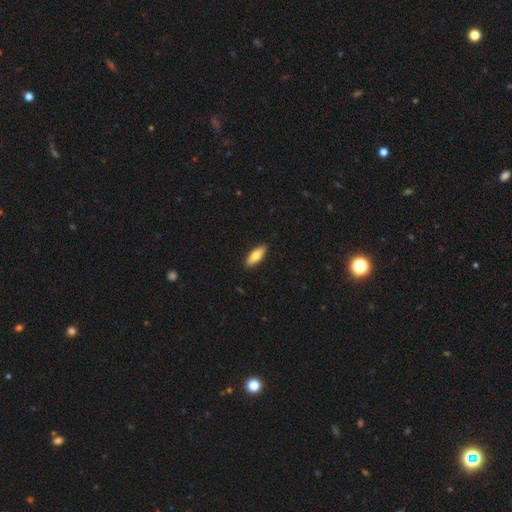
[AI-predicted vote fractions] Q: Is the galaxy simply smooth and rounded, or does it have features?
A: smooth — 73%.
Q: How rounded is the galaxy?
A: in between — 66%.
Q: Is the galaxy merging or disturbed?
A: none — 90%.